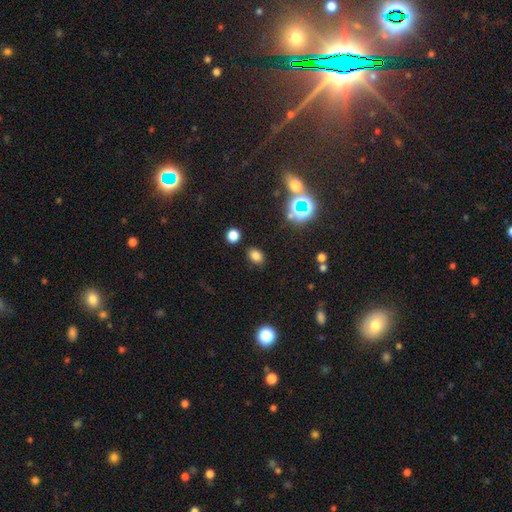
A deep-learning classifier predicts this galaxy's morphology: A smooth galaxy with no disk features (75%) that is in between round and cigar-shaped (67%). Merging: none (84%).